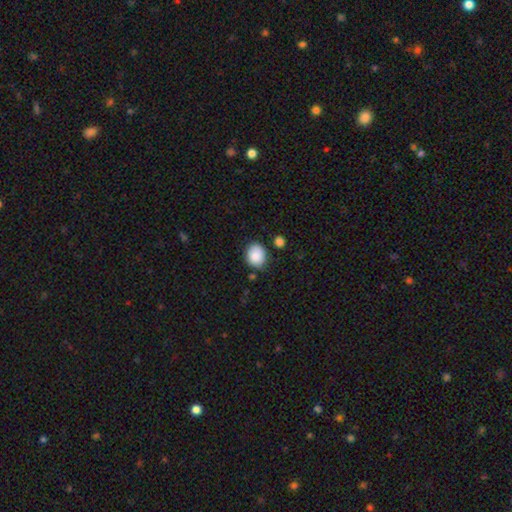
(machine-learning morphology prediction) Q: Smooth or featured?
A: smooth (83%); runner-up: featured or disk (9%)
Q: How rounded?
A: round (62%); runner-up: in between (37%)
Q: Merging?
A: none (75%); runner-up: minor disturbance (18%)